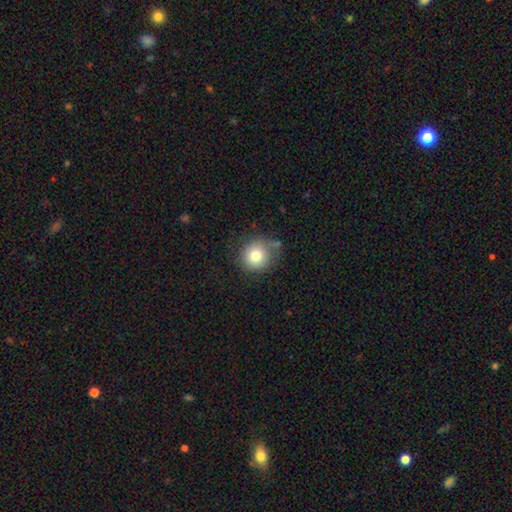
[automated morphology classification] Smooth or featured? smooth (78%)
How rounded? round (90%)
Merging? none (72%)